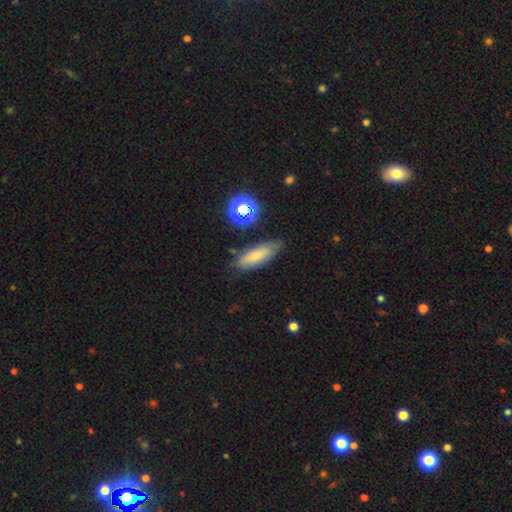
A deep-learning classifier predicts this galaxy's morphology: Smooth or featured?
  - smooth: 67% *
  - featured or disk: 21%
  - star or artifact: 11%
How rounded?
  - in between: 60% *
  - cigar-shaped: 36%
  - round: 4%
Merging?
  - none: 71% *
  - minor disturbance: 21%
  - major disturbance: 5%
  - merger: 3%